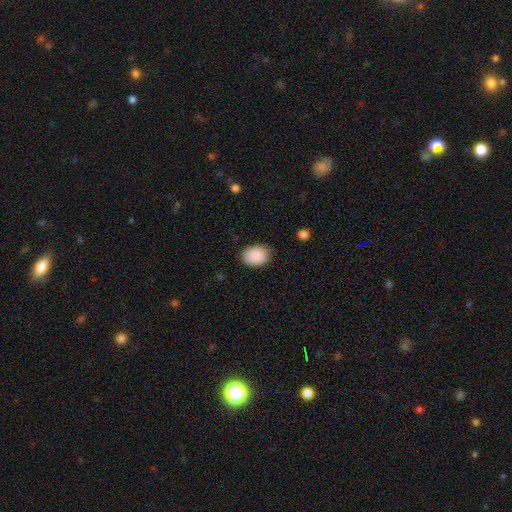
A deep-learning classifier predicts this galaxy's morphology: Overall: smooth (89%). How rounded: in between (71%). Merging: none (83%).